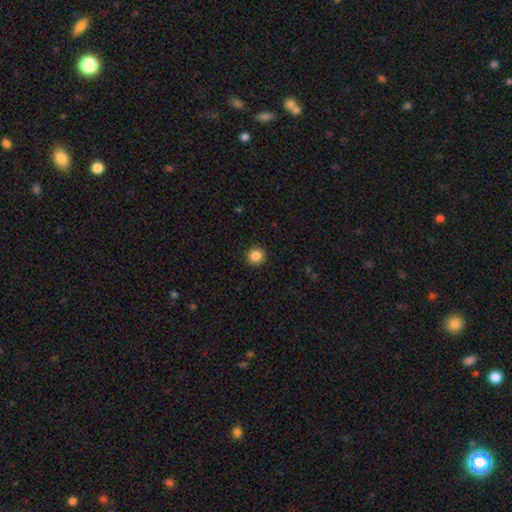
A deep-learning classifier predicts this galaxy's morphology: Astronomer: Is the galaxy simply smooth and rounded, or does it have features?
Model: smooth — 86%.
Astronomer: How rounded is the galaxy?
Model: round — 91%.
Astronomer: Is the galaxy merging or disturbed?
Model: none — 91%.